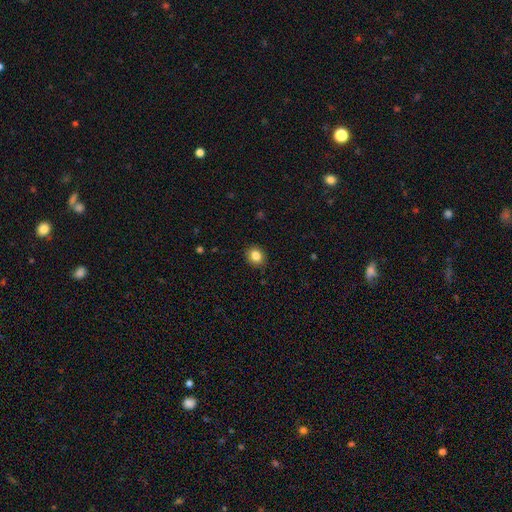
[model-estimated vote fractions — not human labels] This is clearly a smooth galaxy (84%). How rounded: likely round (65%). Merging: clearly none (89%).